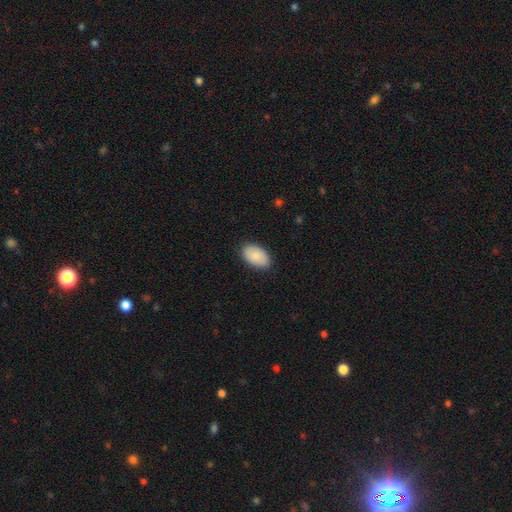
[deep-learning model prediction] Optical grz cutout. It shows a smooth galaxy with no disk features (86%) that is in between round and cigar-shaped (94%). Merging: none (88%).